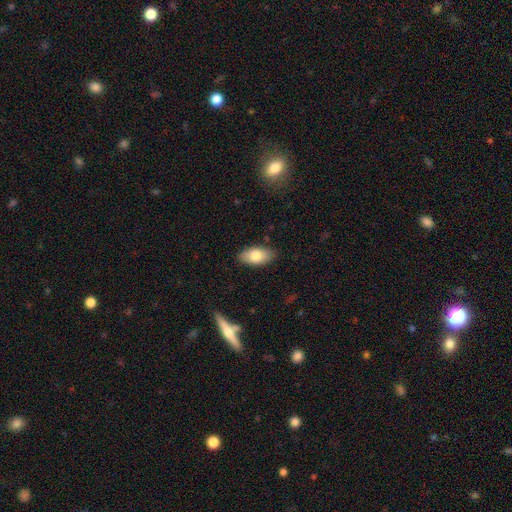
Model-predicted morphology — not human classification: Smooth or featured: smooth — 76% (featured or disk — 17%)
How rounded: in between — 92% (cigar-shaped — 4%)
Merging: none — 85% (minor disturbance — 11%)